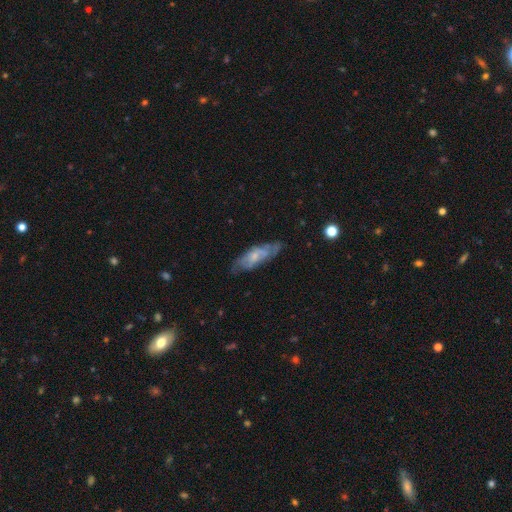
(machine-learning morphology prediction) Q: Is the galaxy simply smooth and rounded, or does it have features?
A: featured or disk — 57%.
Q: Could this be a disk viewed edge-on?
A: no — 76%.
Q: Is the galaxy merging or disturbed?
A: none — 65%.